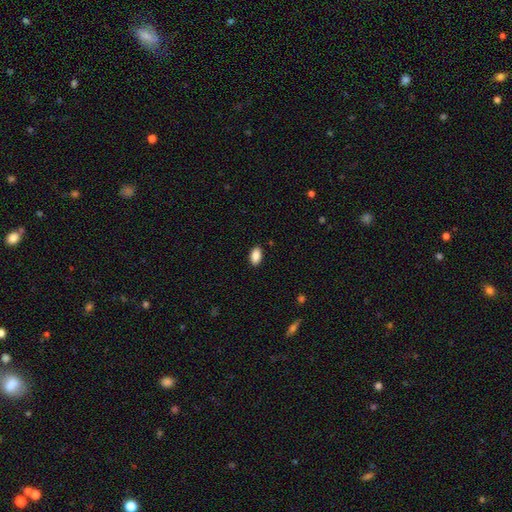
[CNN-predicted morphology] Overall: smooth (89%). How rounded: in between (93%). Merging: none (89%).